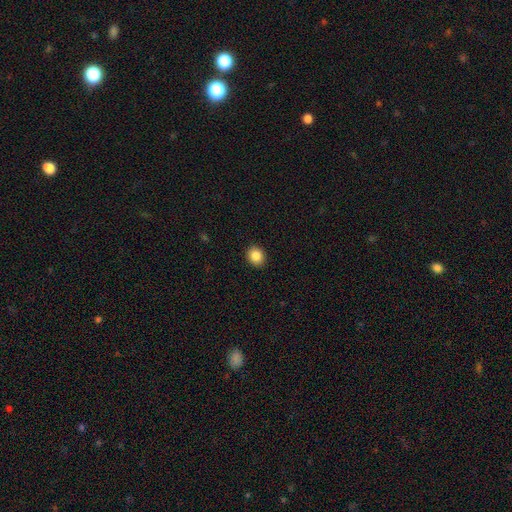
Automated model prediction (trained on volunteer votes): Smooth or featured? Predicted: smooth (p=0.86). How rounded? Predicted: round (p=0.66). Merging? Predicted: none (p=0.91).